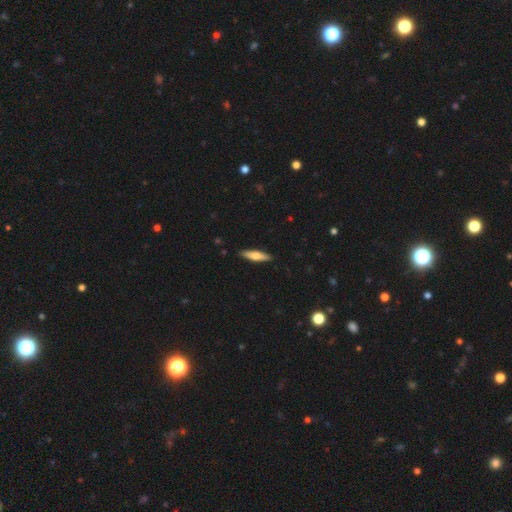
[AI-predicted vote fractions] Smooth or featured? smooth (62%)
How rounded? cigar-shaped (69%)
Merging? none (90%)